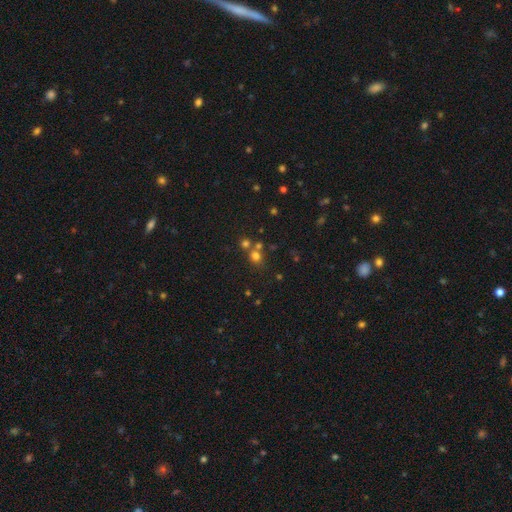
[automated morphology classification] Overall: smooth (68%). How rounded: round (83%). Merging: none (56%; merger 33%).